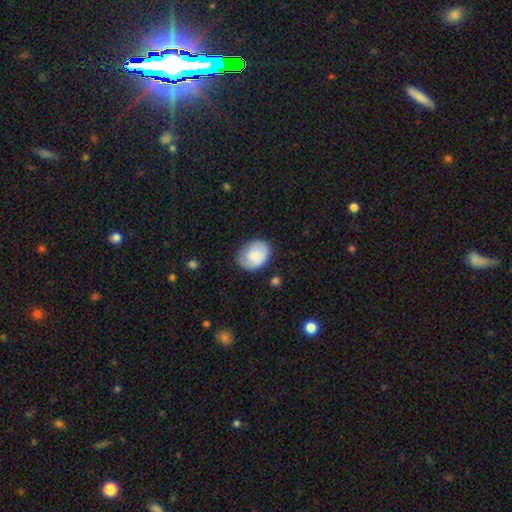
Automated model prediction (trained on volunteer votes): Smooth or featured: smooth — 69% (featured or disk — 25%)
How rounded: in between — 60% (round — 39%)
Merging: none — 63% (minor disturbance — 27%)